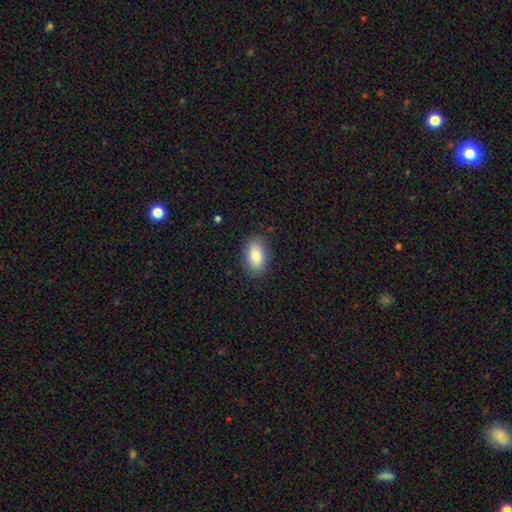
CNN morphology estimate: Overall: smooth (83%). How rounded: in between (91%). Merging: none (87%).